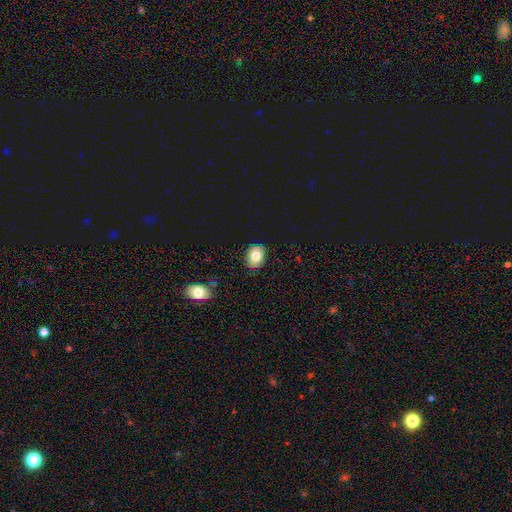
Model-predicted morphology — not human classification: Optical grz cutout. It shows a smooth galaxy with no disk features (78%) that is in between round and cigar-shaped (51%). Merging: none (82%).